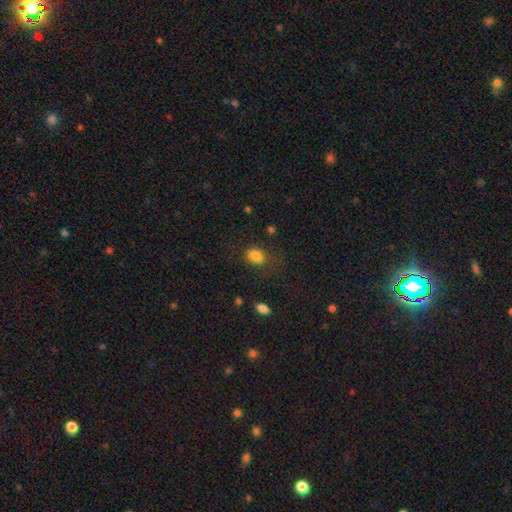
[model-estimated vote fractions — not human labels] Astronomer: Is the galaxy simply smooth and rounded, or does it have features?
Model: smooth — 82%.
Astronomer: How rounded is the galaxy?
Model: in between — 54% (runner-up: round, 45%).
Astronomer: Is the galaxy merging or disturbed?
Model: none — 66%.